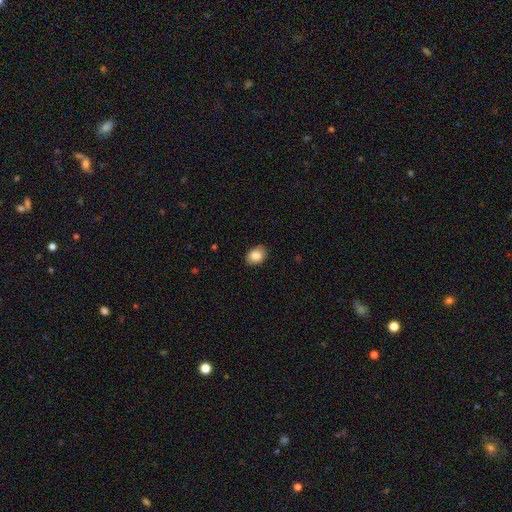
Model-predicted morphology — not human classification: Q: Smooth or featured?
A: smooth (85%); runner-up: star or artifact (8%)
Q: How rounded?
A: in between (70%); runner-up: round (29%)
Q: Merging?
A: none (86%); runner-up: minor disturbance (11%)